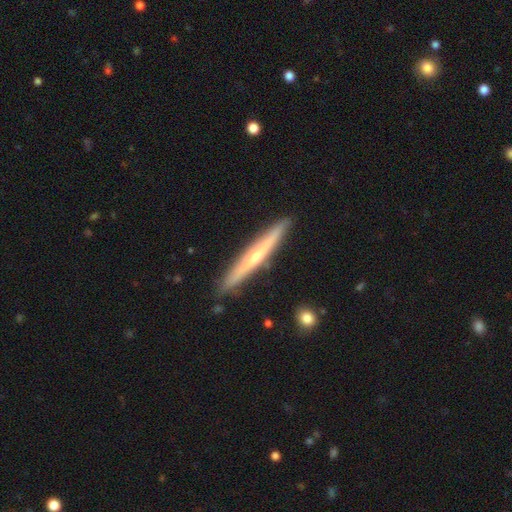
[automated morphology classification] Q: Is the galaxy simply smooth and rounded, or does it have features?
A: featured or disk — 63%.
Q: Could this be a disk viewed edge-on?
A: yes — 96%.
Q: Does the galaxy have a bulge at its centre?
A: rounded — 72%.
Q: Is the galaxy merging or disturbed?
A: none — 89%.